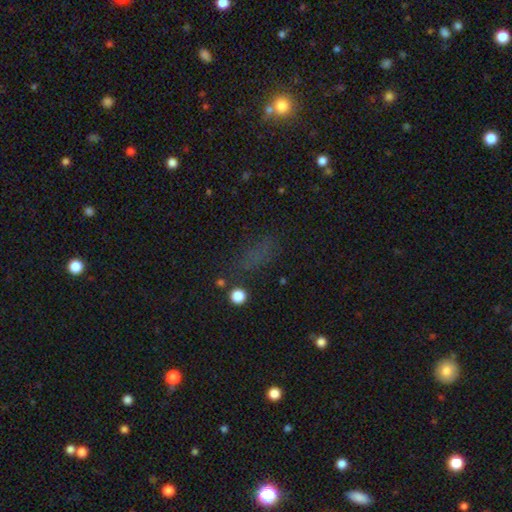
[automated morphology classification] Smooth or featured? Predicted: smooth (p=0.50). Merging? Predicted: none (p=0.70).